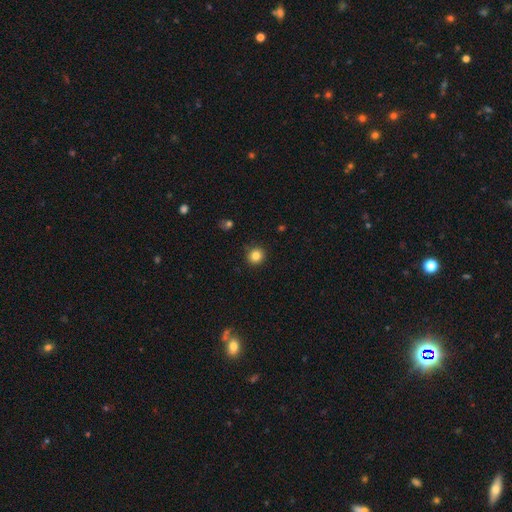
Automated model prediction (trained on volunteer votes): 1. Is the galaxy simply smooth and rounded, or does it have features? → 84% smooth, 11% star or artifact, 5% featured or disk.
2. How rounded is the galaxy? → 92% round, 7% in between, 1% cigar-shaped.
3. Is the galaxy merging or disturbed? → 89% none, 7% minor disturbance, 2% major disturbance, 1% merger.